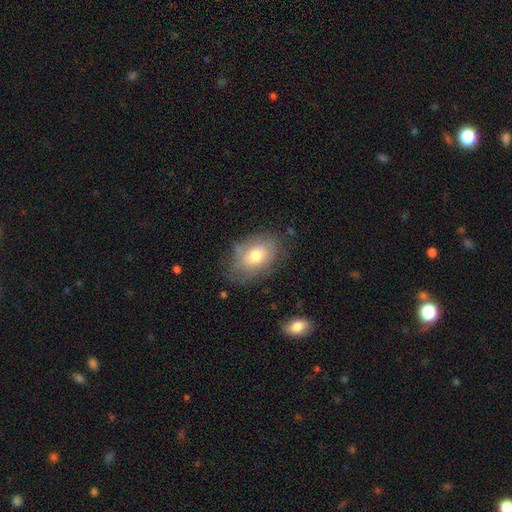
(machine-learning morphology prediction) smooth 68%, featured or disk 24%, star or artifact 8%. Down the decision tree: how rounded — in between (83%); merging — none (64%).